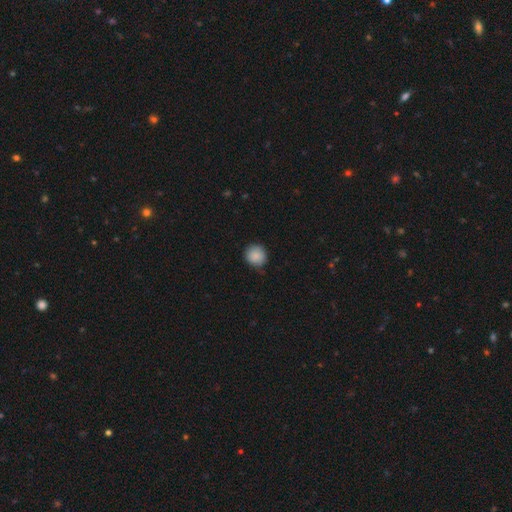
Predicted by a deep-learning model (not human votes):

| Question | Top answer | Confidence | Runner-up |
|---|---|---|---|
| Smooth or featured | smooth | 88% | star or artifact (8%) |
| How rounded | round | 89% | in between (10%) |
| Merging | none | 83% | minor disturbance (14%) |